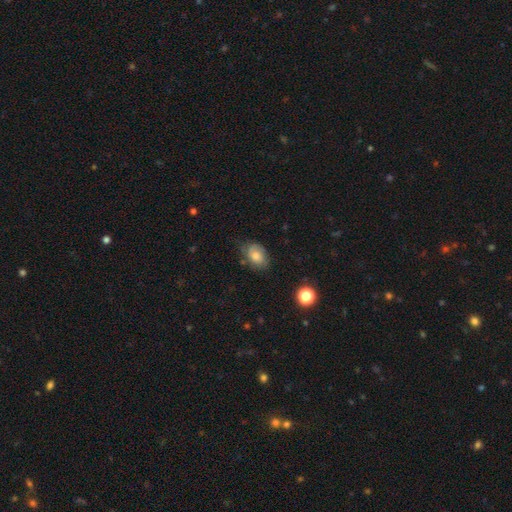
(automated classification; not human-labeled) Morphology: type=smooth (67%); roundness=in between (80%); merging=none (59%).